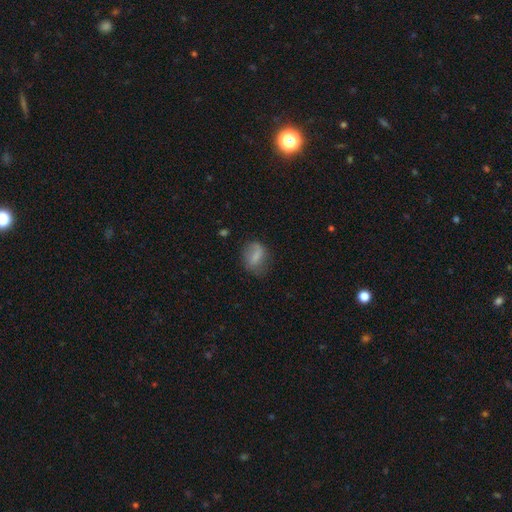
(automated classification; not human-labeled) smooth-or-featured: smooth: 69% | featured or disk: 22% | star or artifact: 9%
  how-rounded: in between: 63% | round: 33% | cigar-shaped: 4%
  merging: none: 56% | minor disturbance: 27% | major disturbance: 15% | merger: 2%